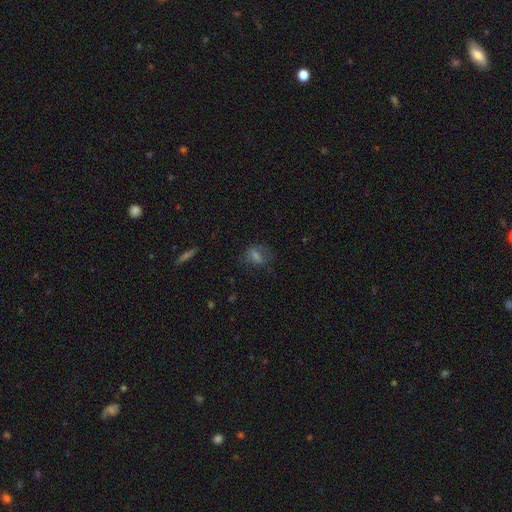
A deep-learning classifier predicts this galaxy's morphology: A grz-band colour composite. It shows a smooth galaxy with no disk features (52%) that is in between round and cigar-shaped (59%). Merging: none (68%).